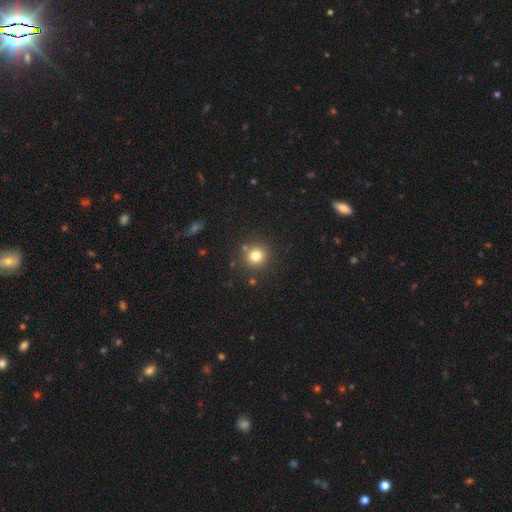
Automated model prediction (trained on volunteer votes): The model was most divided on "smooth or featured": smooth: 80%, star or artifact: 13%, featured or disk: 7%. More confident: how rounded — round (92%); merging — none (83%).